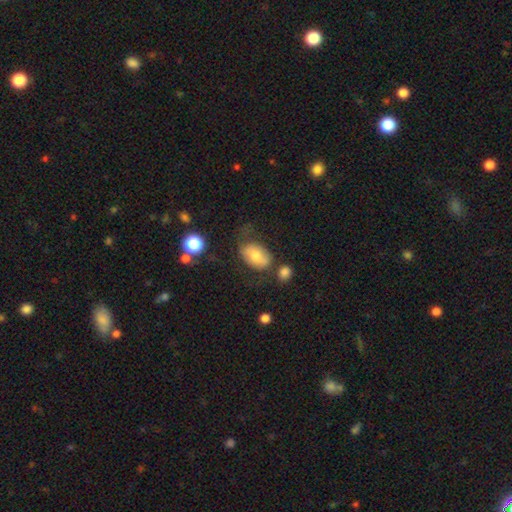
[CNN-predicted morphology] type=smooth (67%); roundness=in between (87%); merging=none (51%).